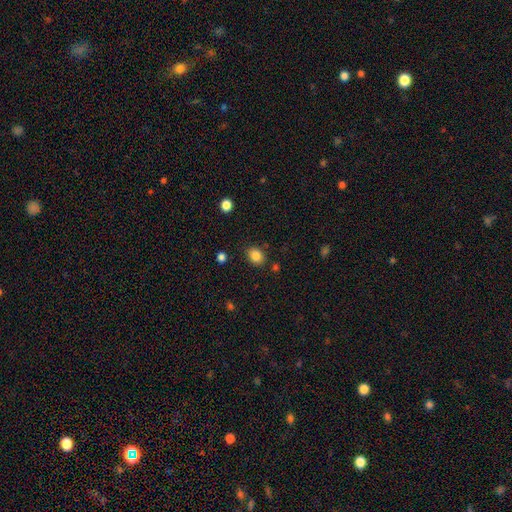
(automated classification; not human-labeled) The model was most divided on "how rounded": round: 54%, in between: 45%, cigar-shaped: 1%. More confident: smooth or featured — smooth (85%); merging — none (83%).